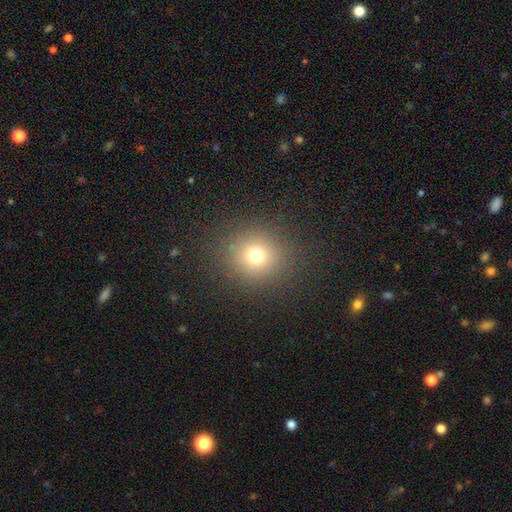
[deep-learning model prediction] Smooth or featured?
  - smooth: 73% *
  - star or artifact: 18%
  - featured or disk: 9%
How rounded?
  - round: 88% *
  - in between: 11%
  - cigar-shaped: 1%
Merging?
  - none: 88% *
  - minor disturbance: 7%
  - major disturbance: 4%
  - merger: 1%